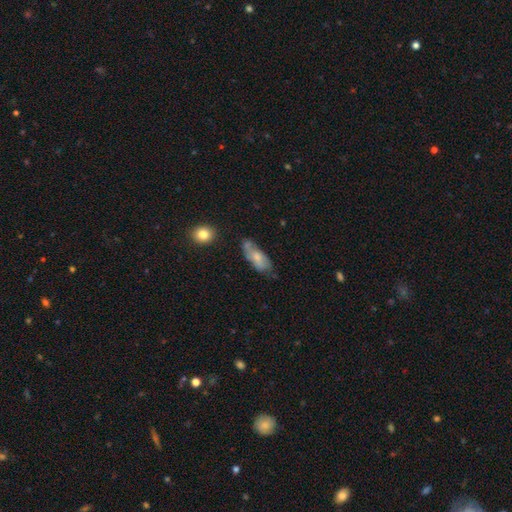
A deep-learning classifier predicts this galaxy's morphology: Smooth or featured?
  - smooth: 64% *
  - featured or disk: 29%
  - star or artifact: 7%
How rounded?
  - in between: 78% *
  - cigar-shaped: 19%
  - round: 3%
Merging?
  - none: 48% *
  - minor disturbance: 30%
  - merger: 12%
  - major disturbance: 10%